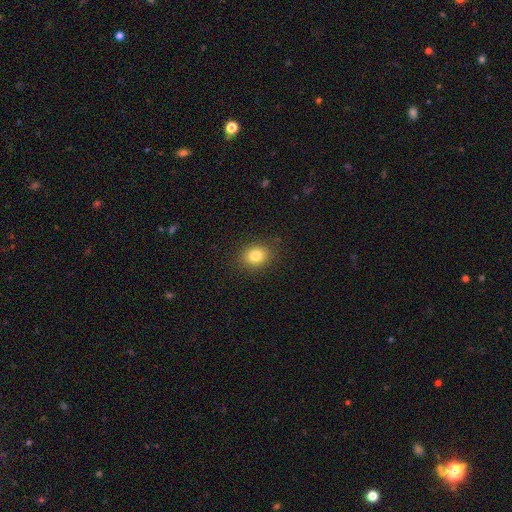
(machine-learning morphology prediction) This appears to be a smooth galaxy with no disk features (82%) that is round (58%). Merging: none (88%).